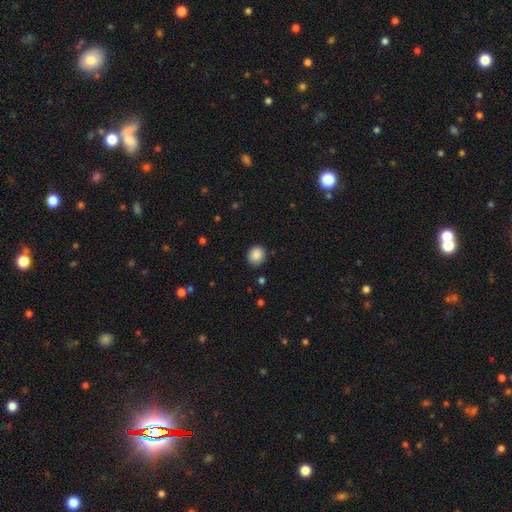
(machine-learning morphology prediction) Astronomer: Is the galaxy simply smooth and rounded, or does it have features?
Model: smooth — 88%.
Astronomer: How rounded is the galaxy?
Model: round — 71%.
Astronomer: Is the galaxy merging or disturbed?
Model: none — 86%.